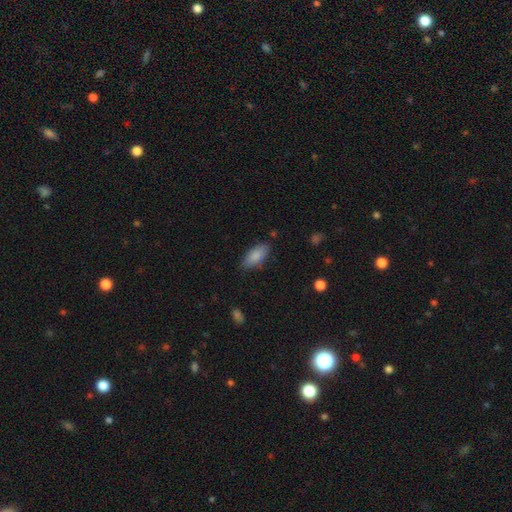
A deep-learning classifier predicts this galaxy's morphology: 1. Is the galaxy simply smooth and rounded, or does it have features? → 85% smooth, 9% featured or disk, 7% star or artifact.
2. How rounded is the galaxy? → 84% in between, 14% cigar-shaped, 2% round.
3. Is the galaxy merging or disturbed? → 78% none, 17% minor disturbance, 3% major disturbance, 2% merger.